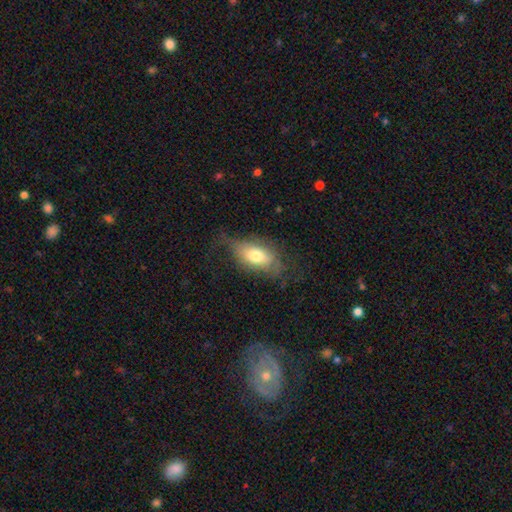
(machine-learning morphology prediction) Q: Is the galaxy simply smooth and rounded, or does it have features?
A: smooth — 65%.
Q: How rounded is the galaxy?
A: in between — 87%.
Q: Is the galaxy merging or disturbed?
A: none — 47%.